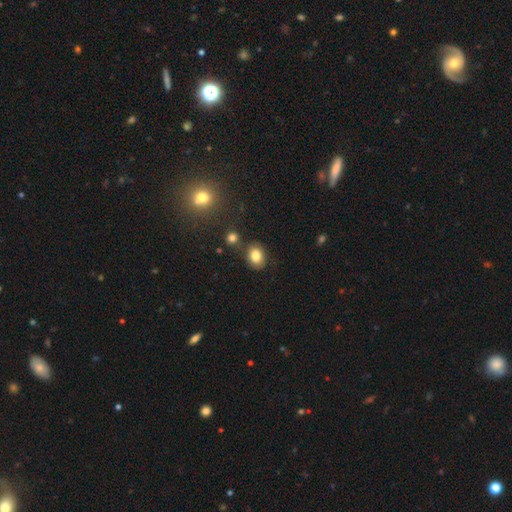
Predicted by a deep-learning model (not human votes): Q: Smooth or featured?
A: smooth (82%); runner-up: star or artifact (10%)
Q: How rounded?
A: in between (58%); runner-up: round (41%)
Q: Merging?
A: none (78%); runner-up: minor disturbance (12%)